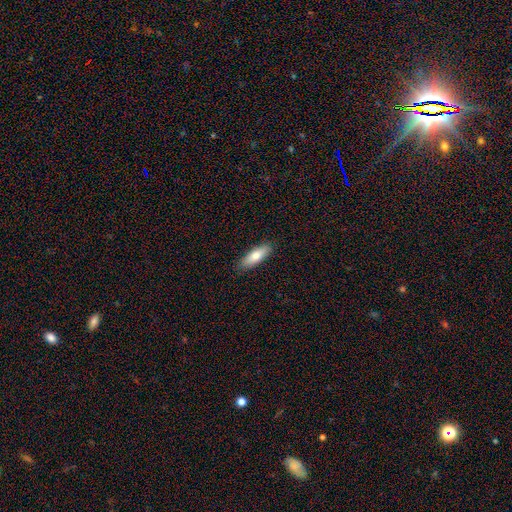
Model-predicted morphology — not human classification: Smooth or featured? smooth (74%)
How rounded? in between (51%)
Merging? none (88%)